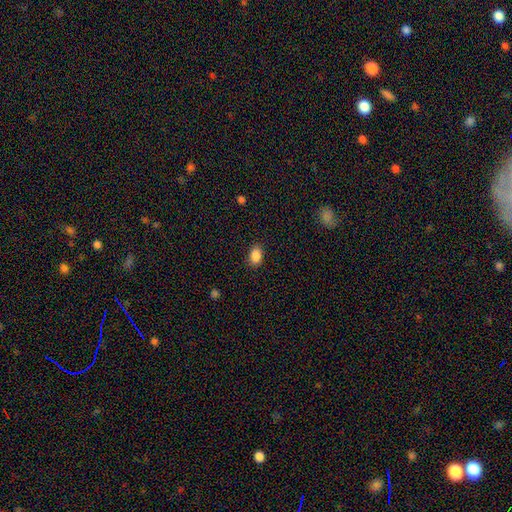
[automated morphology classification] type=smooth (87%); roundness=in between (80%); merging=none (85%).